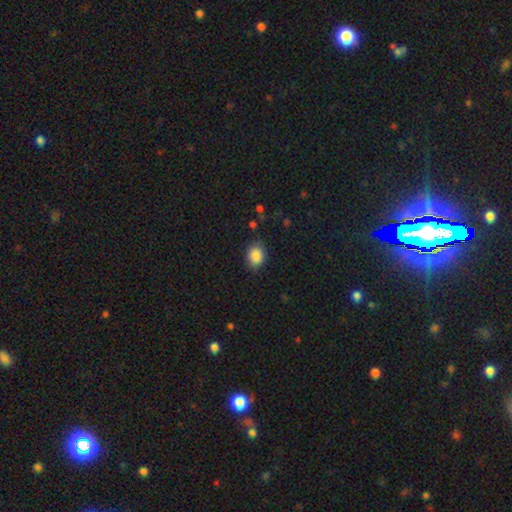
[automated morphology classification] This appears to be a smooth galaxy with no disk features (88%) that is in between round and cigar-shaped (63%). Merging: none (83%).